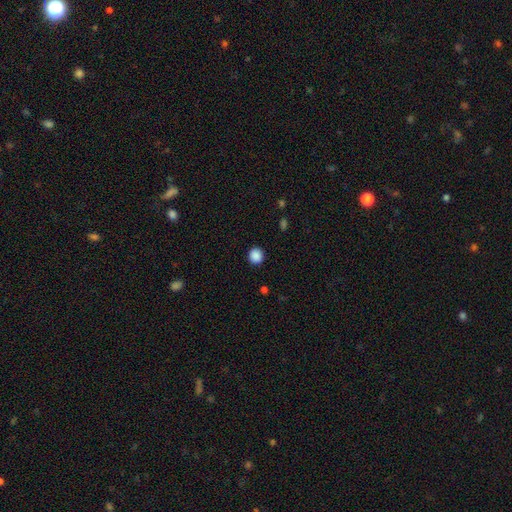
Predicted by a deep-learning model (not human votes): Smooth or featured: smooth — 88% (star or artifact — 9%)
How rounded: round — 88% (in between — 11%)
Merging: none — 91% (minor disturbance — 6%)